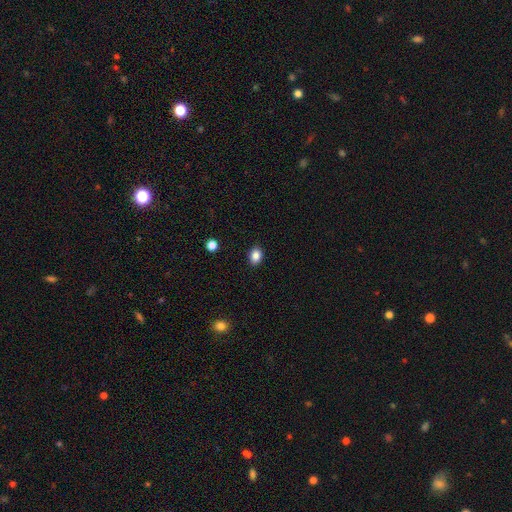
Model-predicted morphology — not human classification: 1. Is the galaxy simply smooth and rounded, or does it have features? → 86% smooth, 10% star or artifact, 4% featured or disk.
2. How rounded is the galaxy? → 70% in between, 29% round, 1% cigar-shaped.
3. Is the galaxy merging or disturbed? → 89% none, 8% minor disturbance, 2% major disturbance, 1% merger.